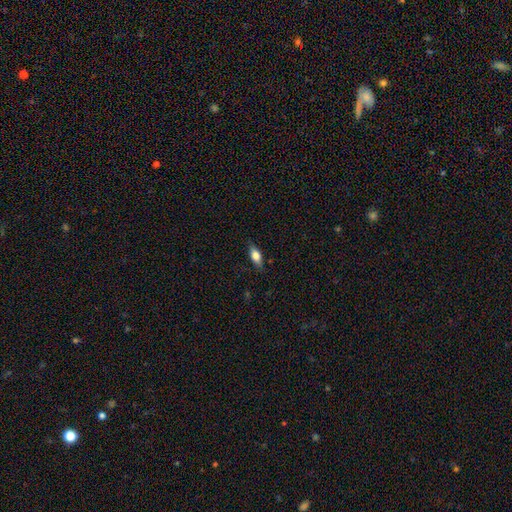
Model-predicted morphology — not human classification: Smooth or featured?
  - smooth: 67% *
  - featured or disk: 25%
  - star or artifact: 8%
How rounded?
  - in between: 77% *
  - cigar-shaped: 18%
  - round: 5%
Merging?
  - none: 83% *
  - minor disturbance: 14%
  - major disturbance: 3%
  - merger: 1%